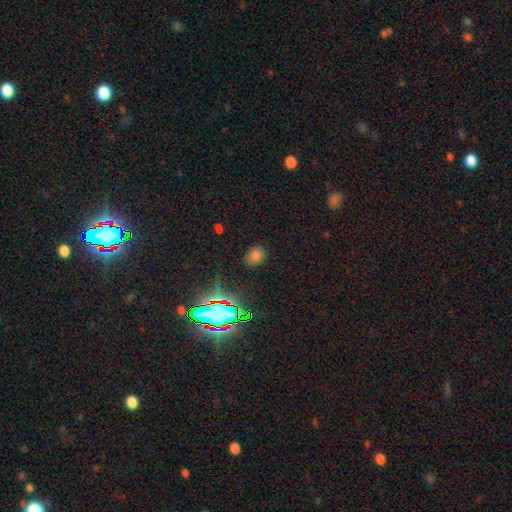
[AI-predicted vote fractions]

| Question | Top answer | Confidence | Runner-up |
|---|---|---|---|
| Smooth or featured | smooth | 58% | star or artifact (34%) |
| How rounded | round | 50% | in between (49%) |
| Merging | none | 85% | minor disturbance (10%) |